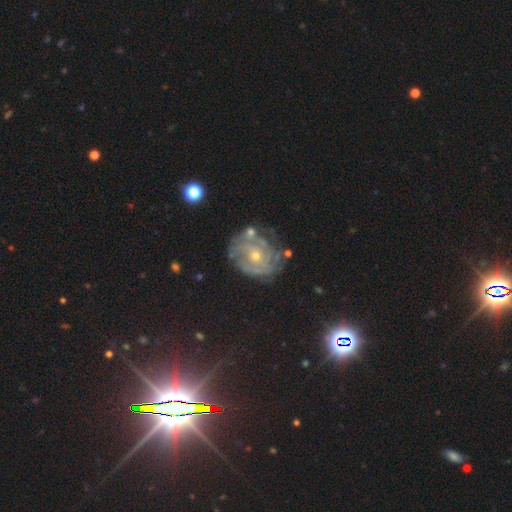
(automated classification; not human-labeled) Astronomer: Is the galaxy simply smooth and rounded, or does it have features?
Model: featured or disk — 74%.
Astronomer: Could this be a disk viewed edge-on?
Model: no — 97%.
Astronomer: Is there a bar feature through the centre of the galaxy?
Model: no — 74%.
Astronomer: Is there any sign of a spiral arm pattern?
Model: yes — 83%.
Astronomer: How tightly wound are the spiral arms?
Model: tight — 68%.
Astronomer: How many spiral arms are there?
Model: can't tell — 49%.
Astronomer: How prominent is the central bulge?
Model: small — 59% (runner-up: moderate, 38%).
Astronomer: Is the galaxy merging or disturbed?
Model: none — 66%.